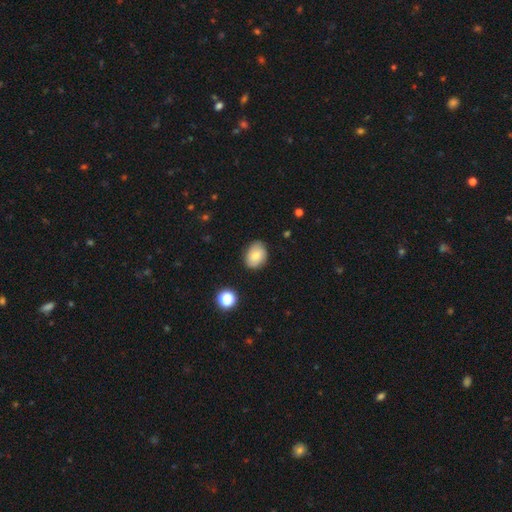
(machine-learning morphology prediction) type=smooth (75%); roundness=in between (73%); merging=none (80%).